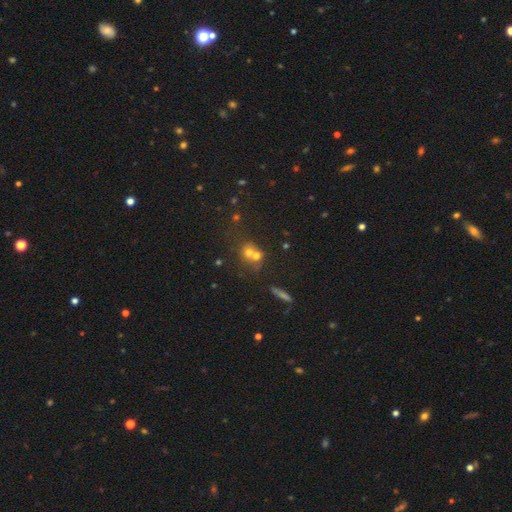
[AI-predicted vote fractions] Overall: smooth (59%; featured or disk 22%). How rounded: round (75%). Merging: merger (56%; none 33%).